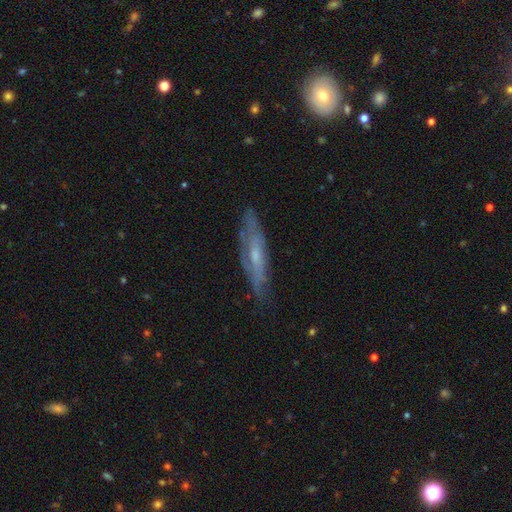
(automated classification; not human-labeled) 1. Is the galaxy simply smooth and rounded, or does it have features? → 63% featured or disk, 29% smooth, 8% star or artifact.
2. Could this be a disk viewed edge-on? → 52% yes, 48% no.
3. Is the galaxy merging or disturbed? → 73% none, 20% minor disturbance, 6% major disturbance, 2% merger.